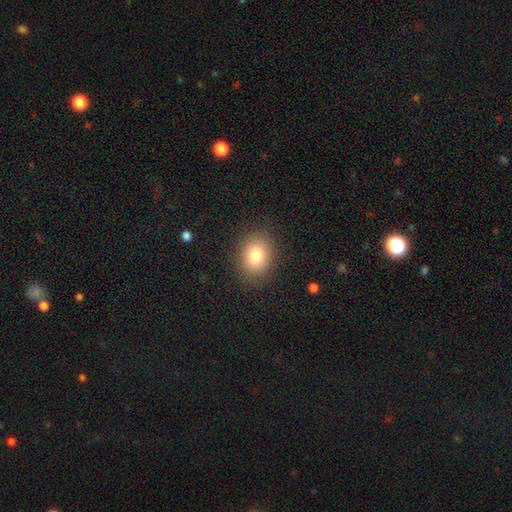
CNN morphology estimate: smooth-or-featured: smooth: 81% | star or artifact: 10% | featured or disk: 9%
  how-rounded: in between: 52% | round: 47% | cigar-shaped: 1%
  merging: none: 87% | minor disturbance: 8% | major disturbance: 3% | merger: 1%